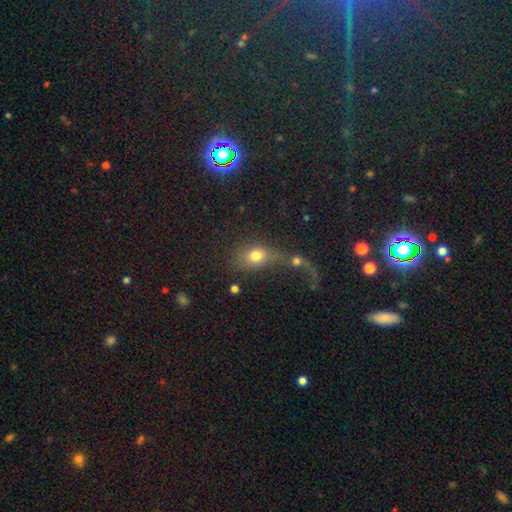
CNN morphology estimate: Q: Smooth or featured?
A: smooth (71%); runner-up: featured or disk (15%)
Q: How rounded?
A: in between (54%); runner-up: round (42%)
Q: Merging?
A: merger (51%); runner-up: none (25%)